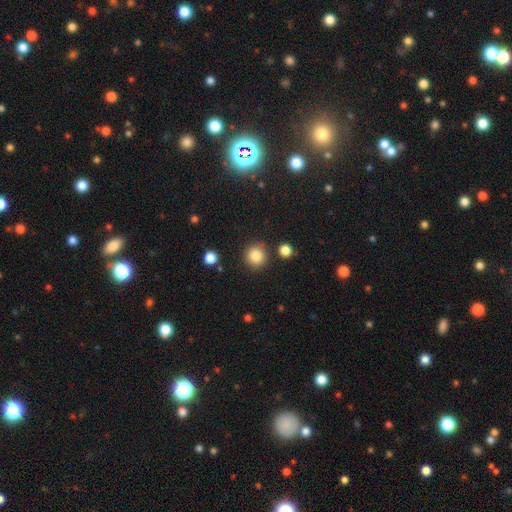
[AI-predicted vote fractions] Smooth or featured?
  - smooth: 85% *
  - star or artifact: 10%
  - featured or disk: 5%
How rounded?
  - round: 93% *
  - in between: 6%
  - cigar-shaped: 1%
Merging?
  - none: 86% *
  - minor disturbance: 7%
  - merger: 4%
  - major disturbance: 2%